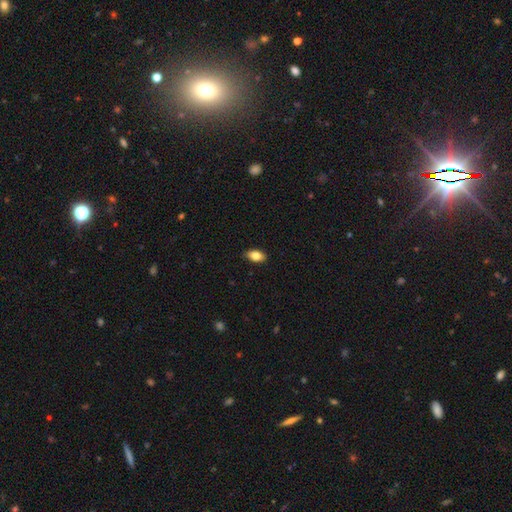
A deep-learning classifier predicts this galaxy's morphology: type=smooth (81%); roundness=in between (91%); merging=none (88%).